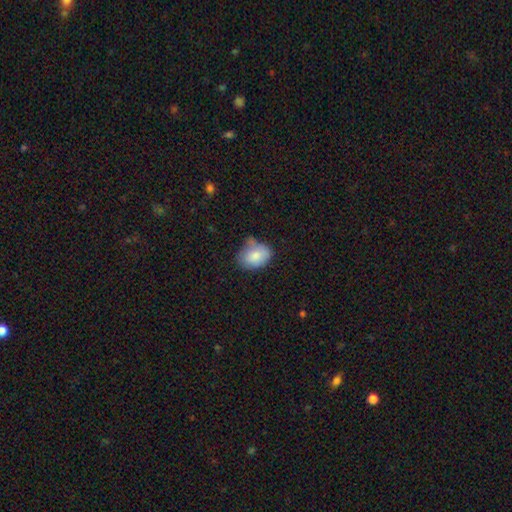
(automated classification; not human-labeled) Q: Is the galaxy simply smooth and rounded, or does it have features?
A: smooth — 81%.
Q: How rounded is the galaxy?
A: in between — 68%.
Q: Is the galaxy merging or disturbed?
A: none — 50%.